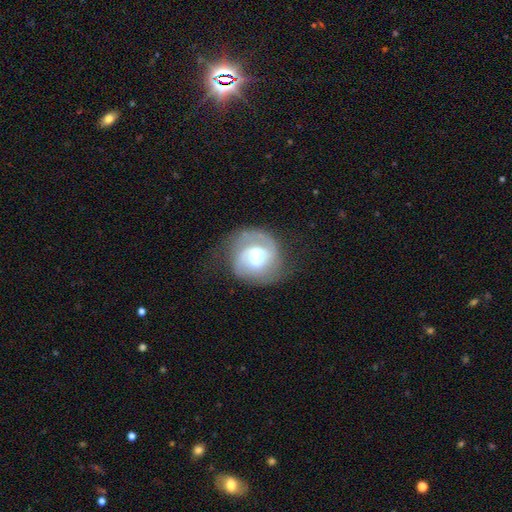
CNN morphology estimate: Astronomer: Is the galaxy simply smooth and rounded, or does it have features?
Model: featured or disk — 76%.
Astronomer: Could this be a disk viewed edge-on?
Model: no — 97%.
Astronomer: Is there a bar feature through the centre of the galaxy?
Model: weak — 51% (runner-up: strong, 31%).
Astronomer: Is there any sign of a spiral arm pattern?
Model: yes — 88%.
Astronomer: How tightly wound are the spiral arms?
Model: medium — 42% (runner-up: tight, 39%).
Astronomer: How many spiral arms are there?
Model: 2 — 61%.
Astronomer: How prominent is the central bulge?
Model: moderate — 55%.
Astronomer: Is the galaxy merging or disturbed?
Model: none — 59%.